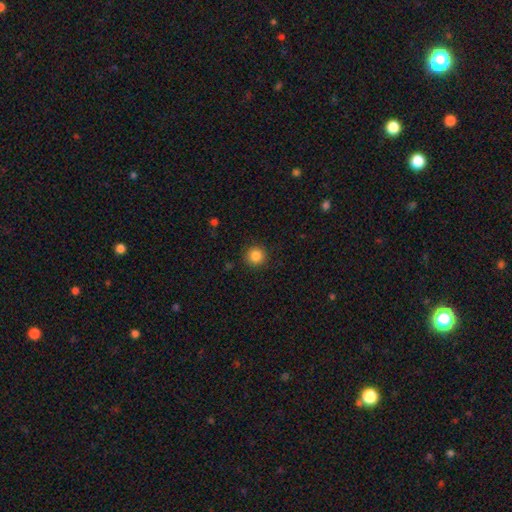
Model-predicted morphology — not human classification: Smooth or featured: smooth — 86% (star or artifact — 10%)
How rounded: round — 94% (in between — 5%)
Merging: none — 91% (minor disturbance — 6%)